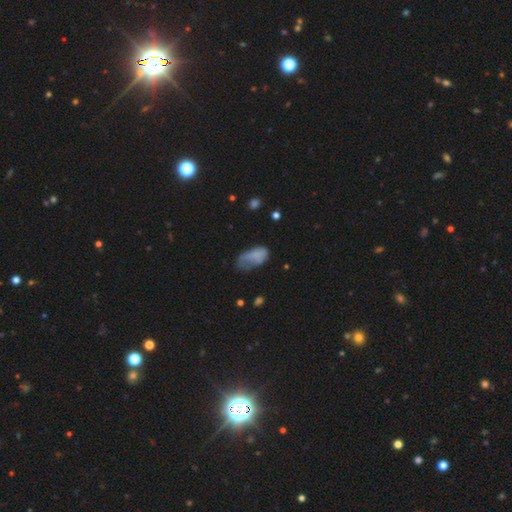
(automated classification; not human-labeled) Smooth or featured? Predicted: smooth (p=0.69). How rounded? Predicted: in between (p=0.91). Merging? Predicted: minor disturbance (p=0.34).